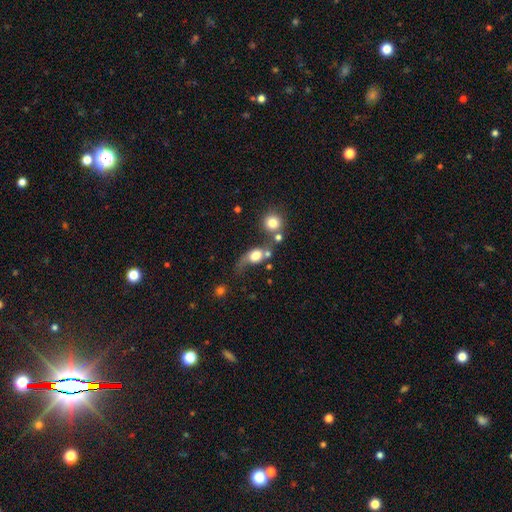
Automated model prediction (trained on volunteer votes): This appears to be a smooth galaxy with no disk features (63%) that is round (48%, tied with in between). Merging: none (31%).